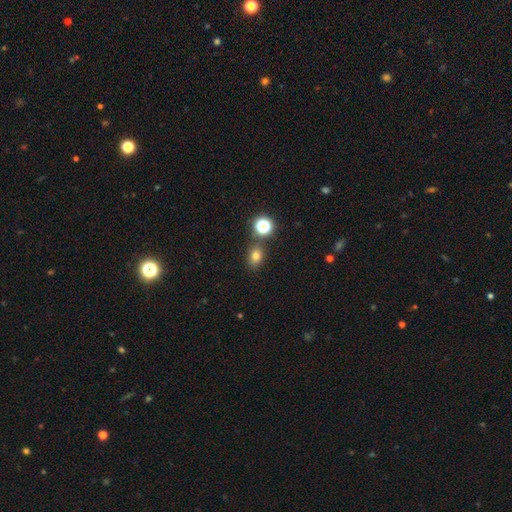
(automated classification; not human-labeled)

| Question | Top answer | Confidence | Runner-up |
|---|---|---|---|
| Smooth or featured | smooth | 75% | star or artifact (17%) |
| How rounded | in between | 62% | round (36%) |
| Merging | none | 76% | minor disturbance (11%) |